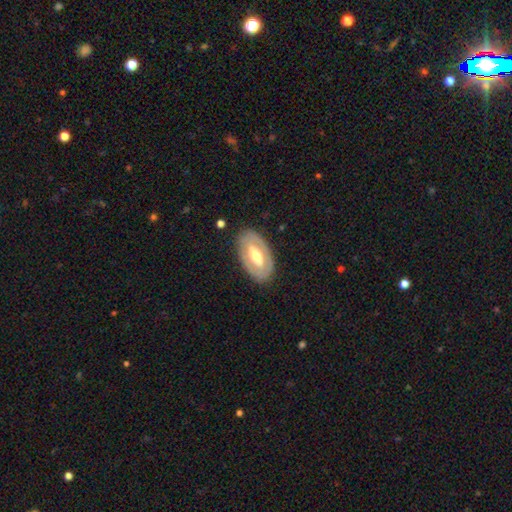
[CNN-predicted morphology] A featured or disk galaxy (60%) with no bar (40%), no spiral arms (81%) and a moderate central bulge (67%). Merging: none (84%).